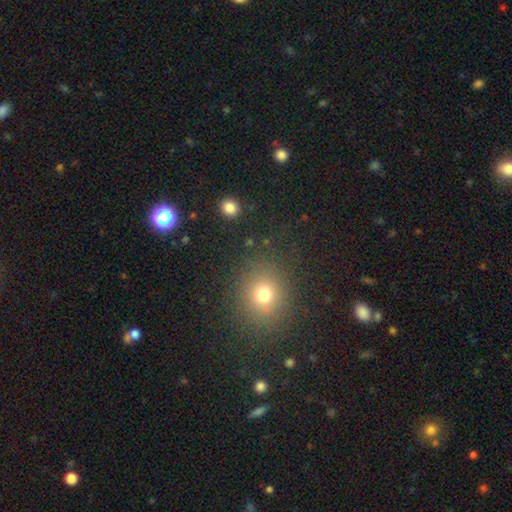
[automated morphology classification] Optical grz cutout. It shows a smooth galaxy with no disk features (65%) that is round (70%). Merging: none (89%).